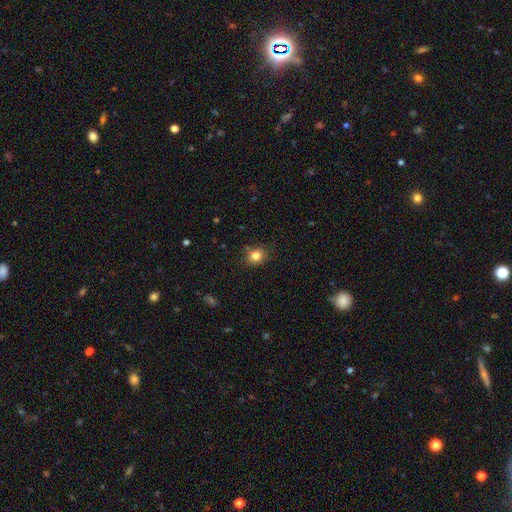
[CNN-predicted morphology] A smooth galaxy with no disk features (83%) that is round (67%).

Vote fractions:
- Smooth or featured? smooth: 83% / star or artifact: 12% / featured or disk: 6%
- How rounded? round: 67% / in between: 32% / cigar-shaped: 1%
- Merging? none: 78% / minor disturbance: 16% / major disturbance: 4% / merger: 2%